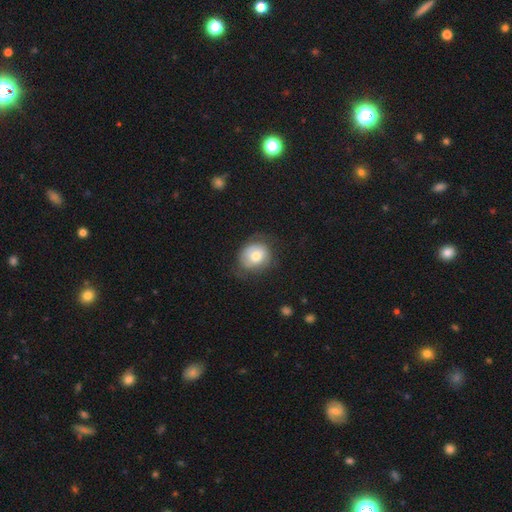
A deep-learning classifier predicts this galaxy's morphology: This appears to be a smooth galaxy with no disk features (63%) that is round (71%). Merging: none (63%).